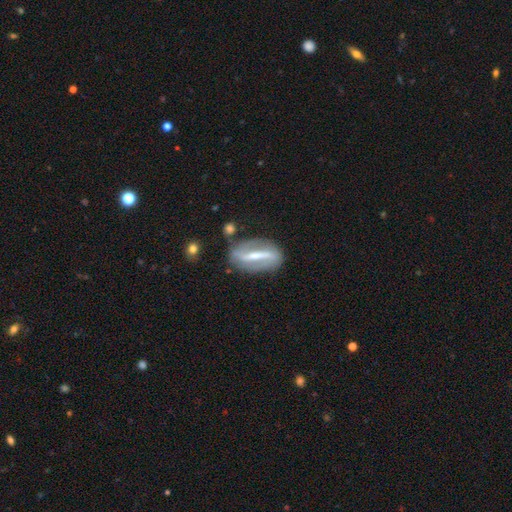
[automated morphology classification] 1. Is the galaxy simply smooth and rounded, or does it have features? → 76% featured or disk, 18% smooth, 6% star or artifact.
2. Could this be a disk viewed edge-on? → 77% no, 23% yes.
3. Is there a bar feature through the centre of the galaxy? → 79% strong, 15% weak, 6% no.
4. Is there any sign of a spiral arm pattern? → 62% yes, 38% no.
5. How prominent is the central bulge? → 45% moderate, 38% small, 9% none, 5% large, 2% dominant.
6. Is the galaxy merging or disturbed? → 75% none, 16% minor disturbance, 6% major disturbance, 4% merger.